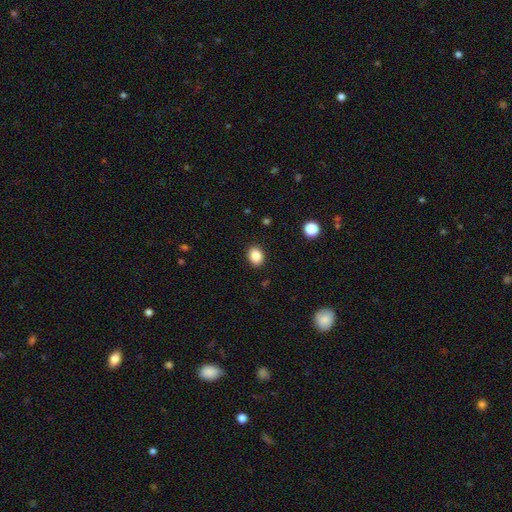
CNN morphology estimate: smooth 87%, star or artifact 10%, featured or disk 4%. Down the decision tree: how rounded — in between (50%); merging — none (90%).